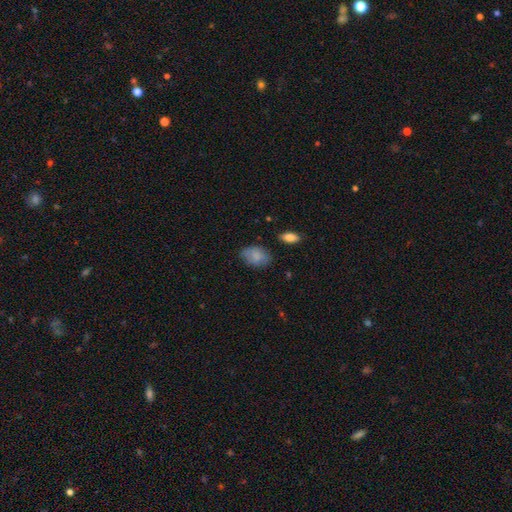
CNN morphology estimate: smooth-or-featured: smooth: 81% | featured or disk: 11% | star or artifact: 8%
  how-rounded: in between: 82% | round: 16% | cigar-shaped: 1%
  merging: none: 70% | minor disturbance: 22% | major disturbance: 6% | merger: 2%